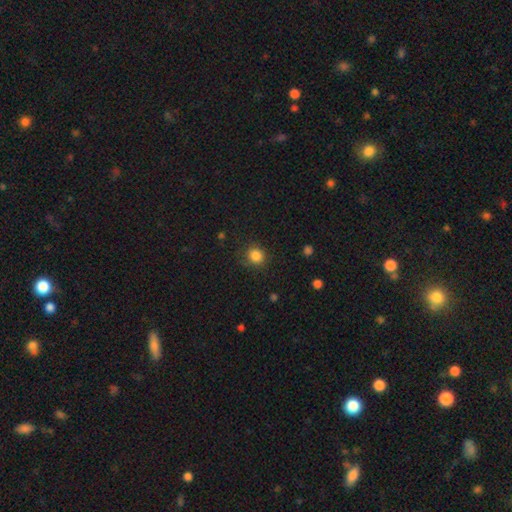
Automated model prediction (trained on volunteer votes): This appears to be a smooth galaxy with no disk features (84%) that is round (86%). Merging: none (82%).